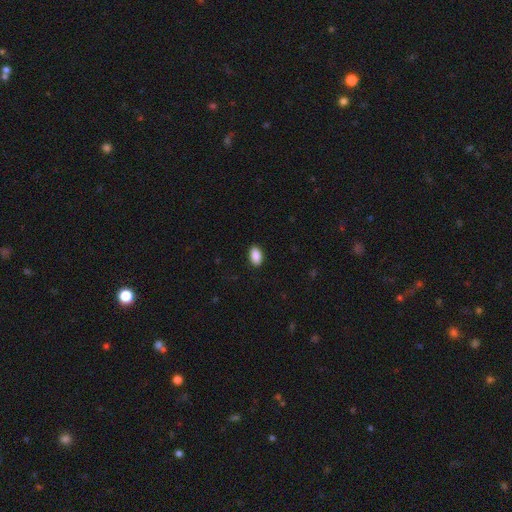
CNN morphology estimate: Smooth or featured?
  - smooth: 90% *
  - star or artifact: 7%
  - featured or disk: 3%
How rounded?
  - in between: 92% *
  - round: 6%
  - cigar-shaped: 2%
Merging?
  - none: 89% *
  - minor disturbance: 8%
  - major disturbance: 2%
  - merger: 1%